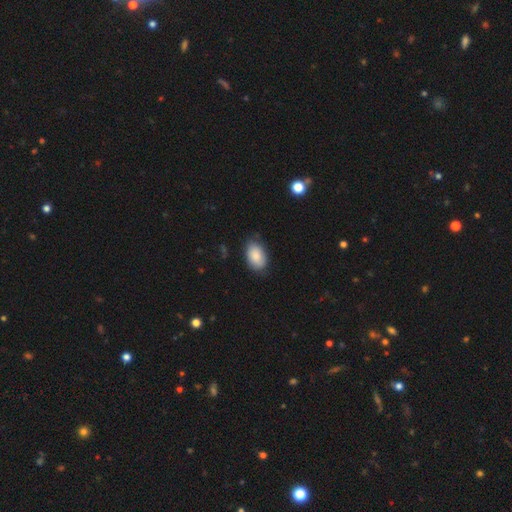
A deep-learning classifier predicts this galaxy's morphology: smooth 86%, featured or disk 7%, star or artifact 6%. Down the decision tree: how rounded — in between (92%); merging — none (78%).